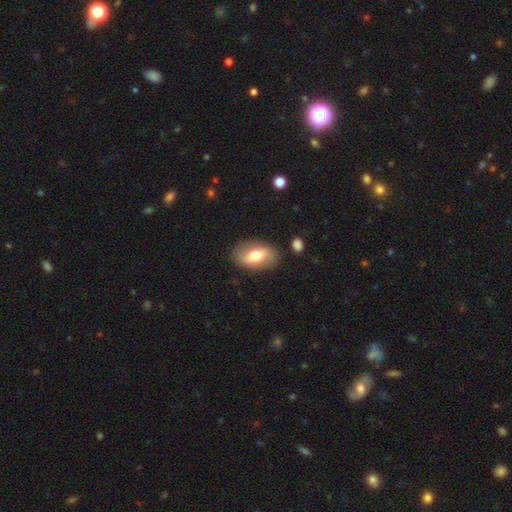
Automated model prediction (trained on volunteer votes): smooth_or_featured: smooth (p=0.56) [alt: featured or disk p=0.38]
how_rounded: in between (p=0.89) [alt: round p=0.08]
merging: none (p=0.83) [alt: minor disturbance p=0.11]